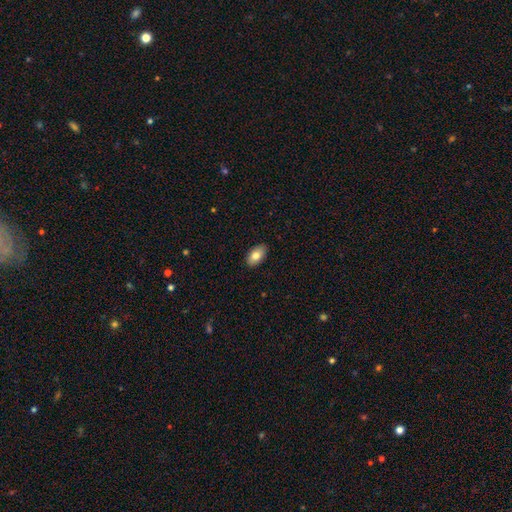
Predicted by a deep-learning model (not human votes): Q: Smooth or featured?
A: smooth (81%); runner-up: featured or disk (13%)
Q: How rounded?
A: in between (93%); runner-up: round (5%)
Q: Merging?
A: none (89%); runner-up: minor disturbance (8%)